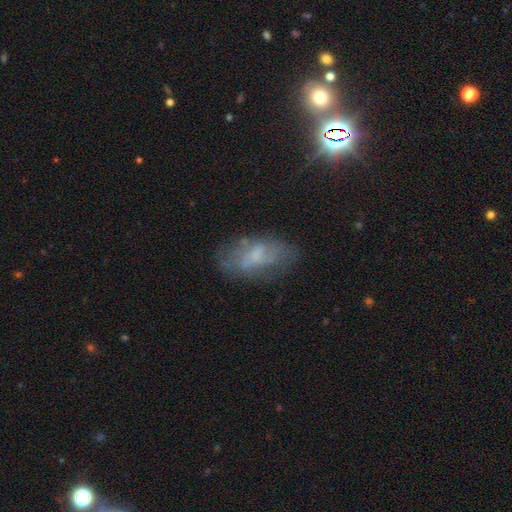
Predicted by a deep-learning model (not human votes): This appears to be a smooth galaxy with no disk features (44%). Merging: none (59%).